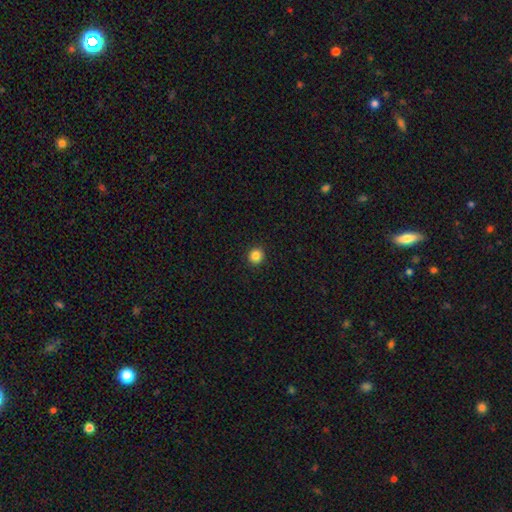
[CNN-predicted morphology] type=smooth (85%); roundness=round (91%); merging=none (93%).